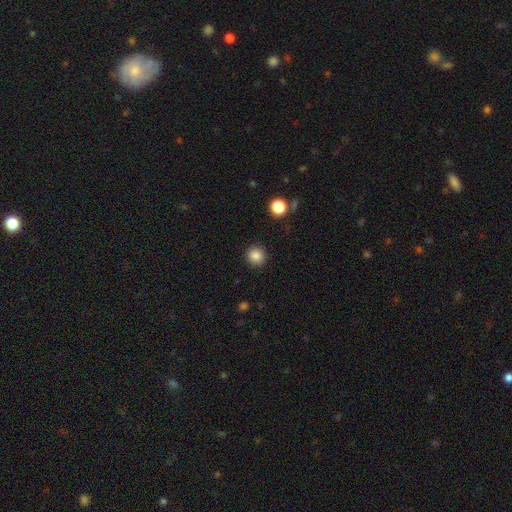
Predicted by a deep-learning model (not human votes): Q: Smooth or featured?
A: smooth (85%); runner-up: star or artifact (11%)
Q: How rounded?
A: round (92%); runner-up: in between (7%)
Q: Merging?
A: none (91%); runner-up: minor disturbance (6%)